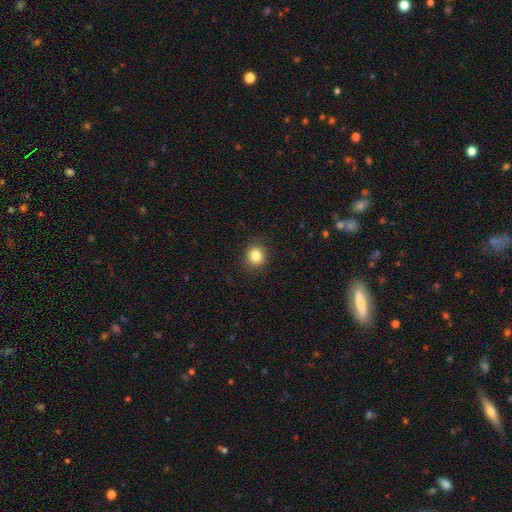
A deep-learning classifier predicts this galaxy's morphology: This is clearly a smooth galaxy (84%). How rounded: clearly round (81%). Merging: clearly none (90%).